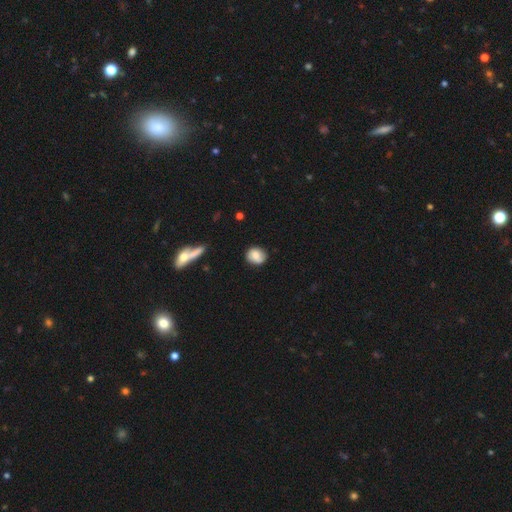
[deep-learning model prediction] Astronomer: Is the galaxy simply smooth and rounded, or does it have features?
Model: smooth — 74%.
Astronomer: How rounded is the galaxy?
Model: round — 70%.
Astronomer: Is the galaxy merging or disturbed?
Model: none — 76%.